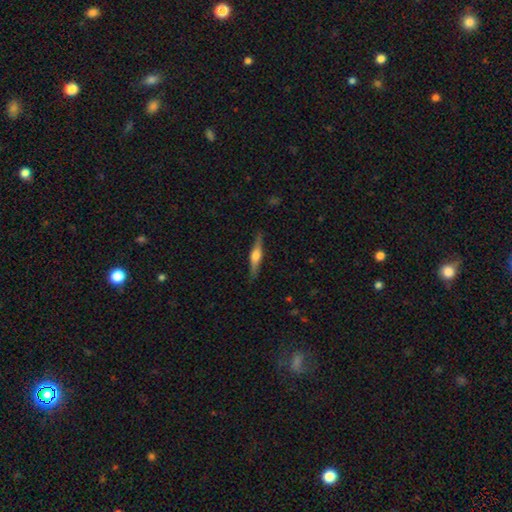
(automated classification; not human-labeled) Smooth or featured: featured or disk — 62% (smooth — 33%)
Edge-on disk: yes — 96% (no — 4%)
Edge-on bulge: rounded — 87% (boxy — 9%)
Merging: none — 88% (minor disturbance — 9%)